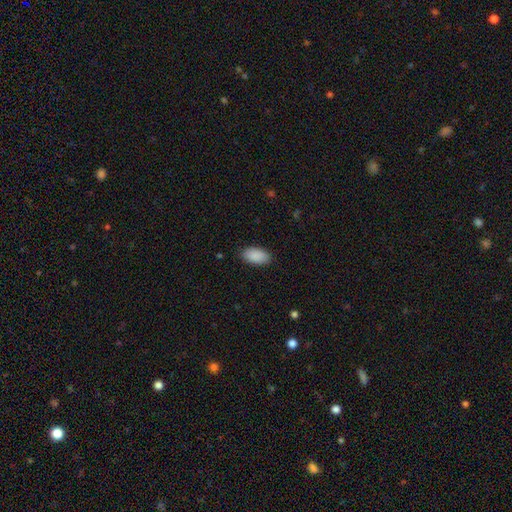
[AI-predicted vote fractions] A smooth galaxy with no disk features (91%) that is in between round and cigar-shaped (95%). Merging: none (87%).